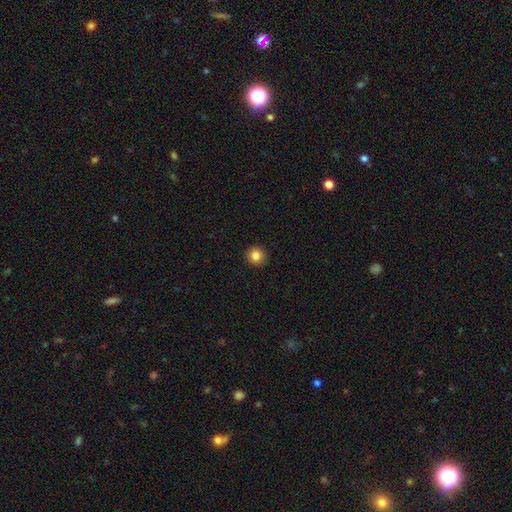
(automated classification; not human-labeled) smooth 84%, star or artifact 11%, featured or disk 5%. Down the decision tree: how rounded — round (94%); merging — none (93%).